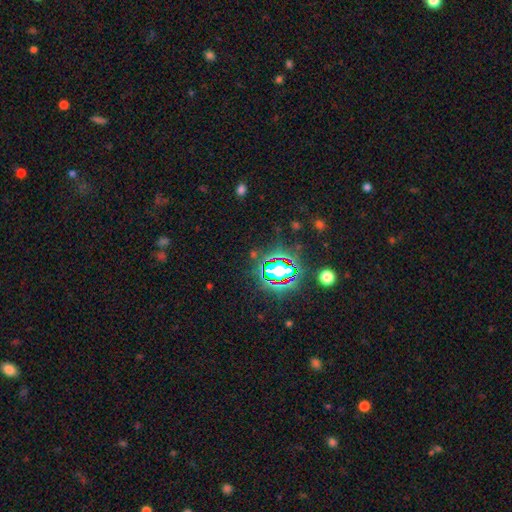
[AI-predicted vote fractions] smooth-or-featured: star or artifact: 77% | smooth: 15% | featured or disk: 9%